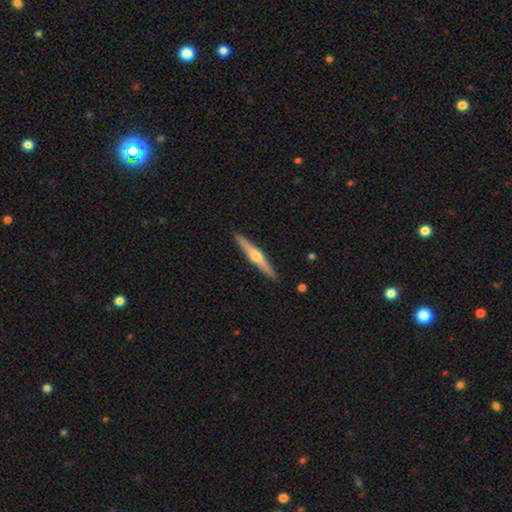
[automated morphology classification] Smooth or featured?
  - featured or disk: 71% *
  - smooth: 24%
  - star or artifact: 5%
Edge-on disk?
  - yes: 98% *
  - no: 2%
Edge-on bulge?
  - rounded: 93% *
  - none: 4%
  - boxy: 3%
Merging?
  - none: 92% *
  - minor disturbance: 6%
  - major disturbance: 1%
  - merger: 1%